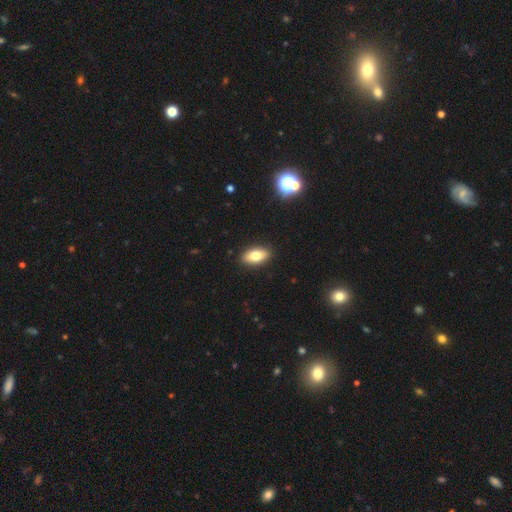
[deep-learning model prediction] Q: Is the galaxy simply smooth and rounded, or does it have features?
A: smooth — 77%.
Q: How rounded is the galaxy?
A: in between — 89%.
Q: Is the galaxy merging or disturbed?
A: none — 90%.